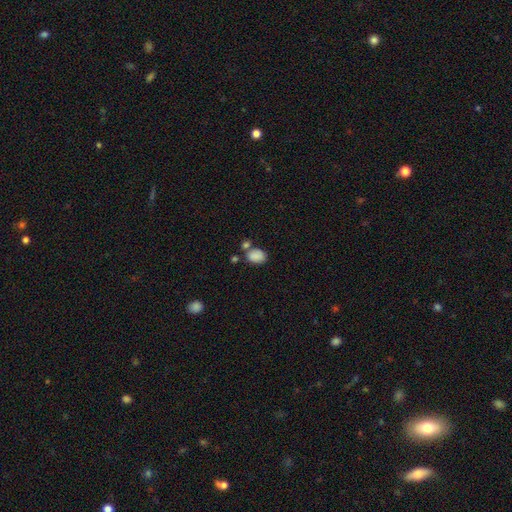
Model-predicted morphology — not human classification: Overall: smooth (85%). How rounded: in between (74%). Merging: none (54%; merger 27%).